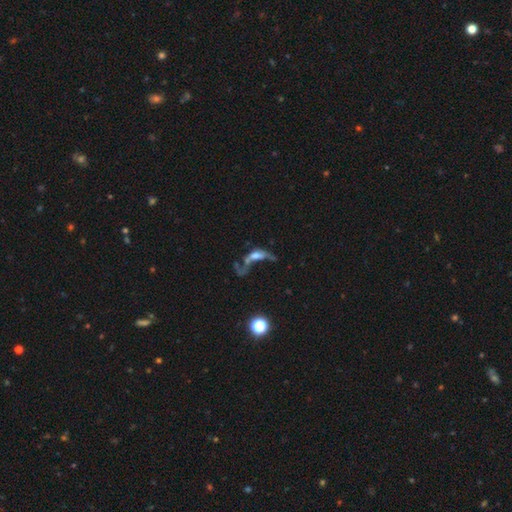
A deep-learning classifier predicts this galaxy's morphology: Overall: featured or disk (48%; smooth 34%). Merging: major disturbance (42%; merger 33%).